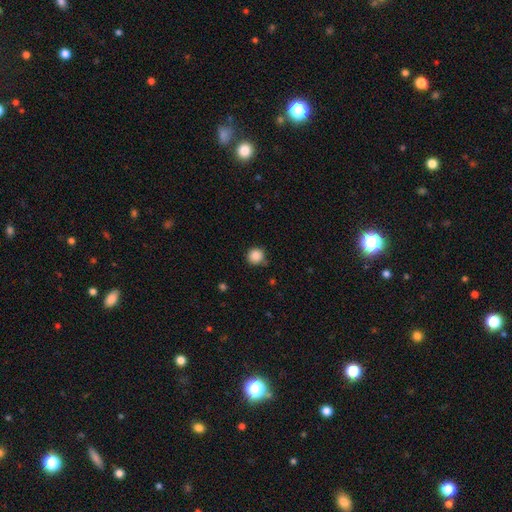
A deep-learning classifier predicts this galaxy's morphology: smooth_or_featured: smooth (p=0.87) [alt: star or artifact p=0.10]
how_rounded: round (p=0.93) [alt: in between p=0.07]
merging: none (p=0.82) [alt: minor disturbance p=0.13]